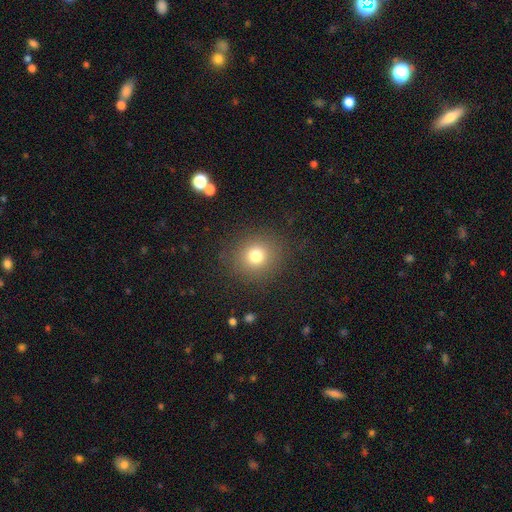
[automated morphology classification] The model was most divided on "smooth or featured": smooth: 77%, star or artifact: 14%, featured or disk: 8%. More confident: merging — none (88%); how rounded — round (86%).